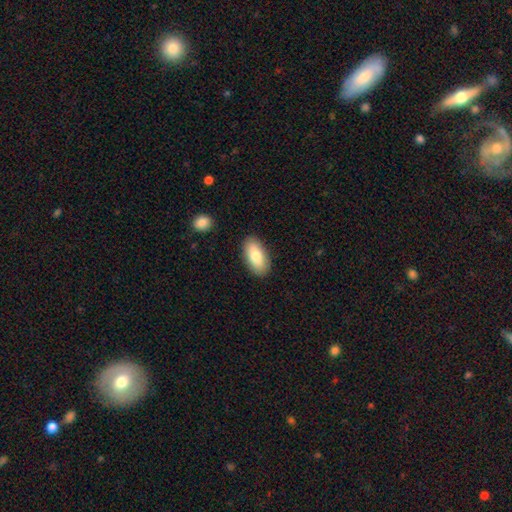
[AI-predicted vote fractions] The model was most divided on "smooth or featured": smooth: 81%, featured or disk: 13%, star or artifact: 6%. More confident: how rounded — in between (92%); merging — none (87%).